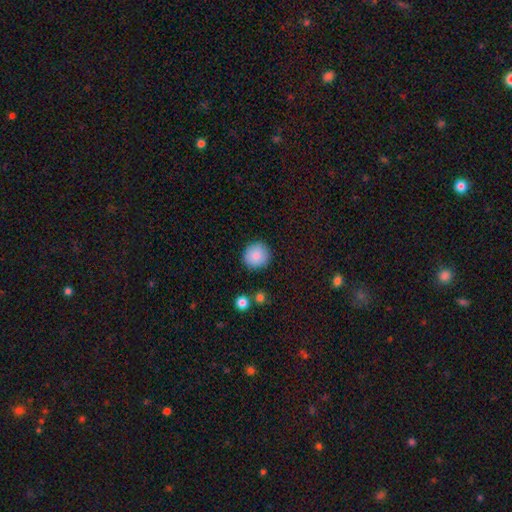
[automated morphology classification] smooth 86%, star or artifact 8%, featured or disk 6%. Down the decision tree: how rounded — round (93%); merging — none (88%).